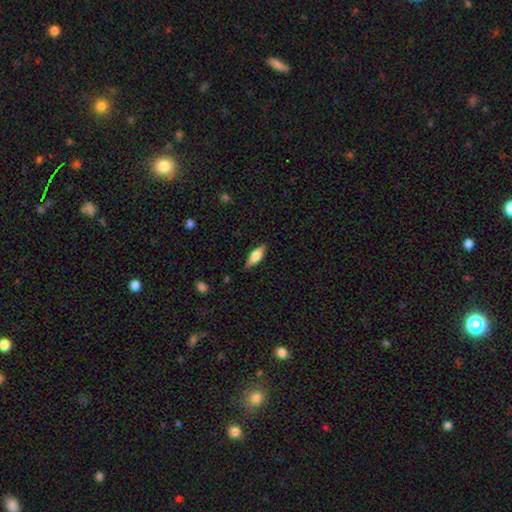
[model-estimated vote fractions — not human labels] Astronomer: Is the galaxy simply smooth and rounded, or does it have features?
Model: smooth — 61%.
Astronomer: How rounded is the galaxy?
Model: in between — 64%.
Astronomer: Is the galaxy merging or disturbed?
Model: none — 84%.